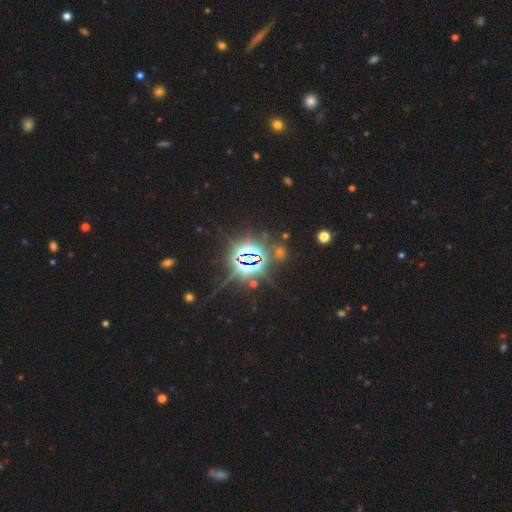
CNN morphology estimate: This is clearly a star or artifact rather than a galaxy (85%).